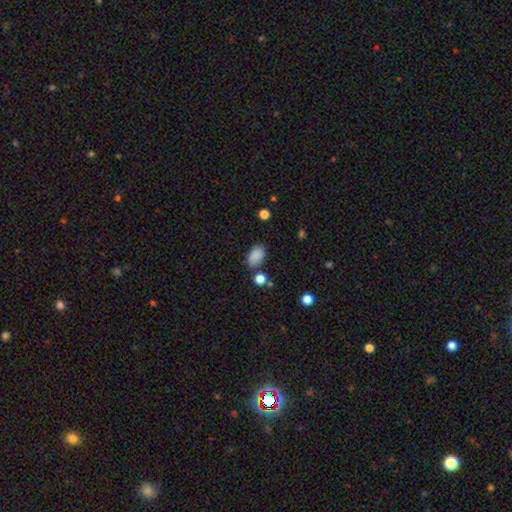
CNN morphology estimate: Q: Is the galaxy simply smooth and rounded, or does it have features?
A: smooth — 87%.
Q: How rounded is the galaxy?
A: in between — 90%.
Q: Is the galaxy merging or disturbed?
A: none — 75%.